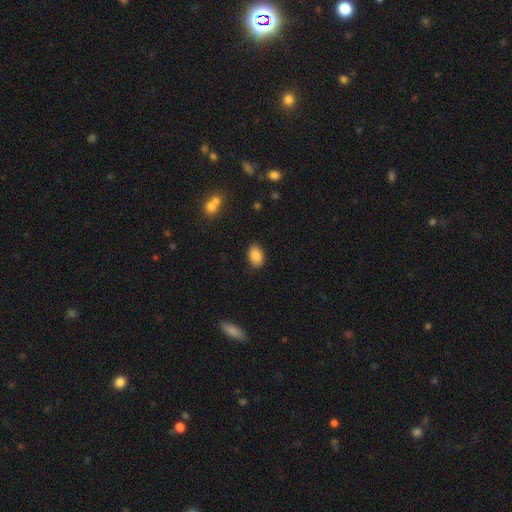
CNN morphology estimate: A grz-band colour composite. It shows a smooth galaxy with no disk features (87%) that is in between round and cigar-shaped (86%). Merging: none (84%).